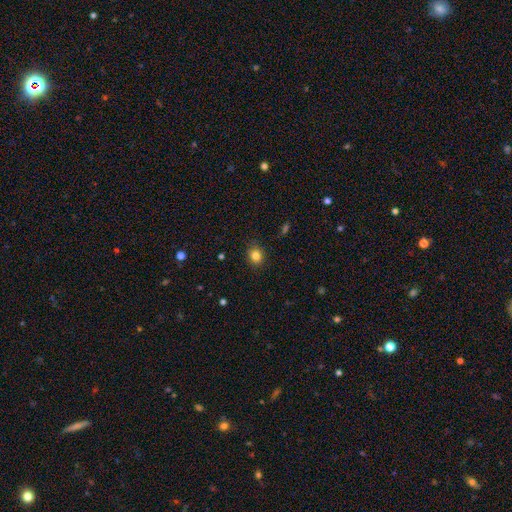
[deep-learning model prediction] Smooth or featured?
  - smooth: 83% *
  - star or artifact: 12%
  - featured or disk: 6%
How rounded?
  - round: 68% *
  - in between: 31%
  - cigar-shaped: 1%
Merging?
  - none: 86% *
  - minor disturbance: 10%
  - major disturbance: 2%
  - merger: 1%